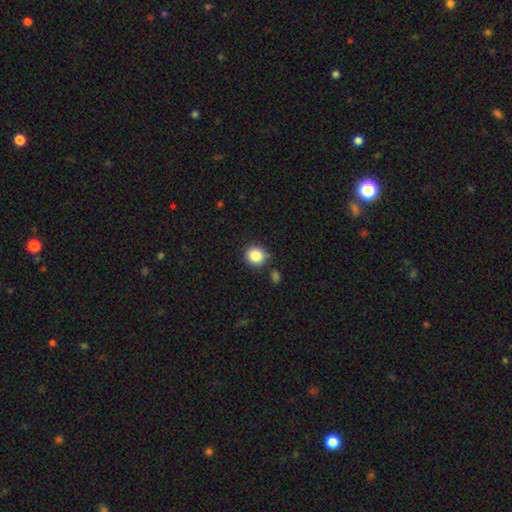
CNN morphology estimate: A smooth galaxy with no disk features (85%) that is round (87%). Merging: none (84%).